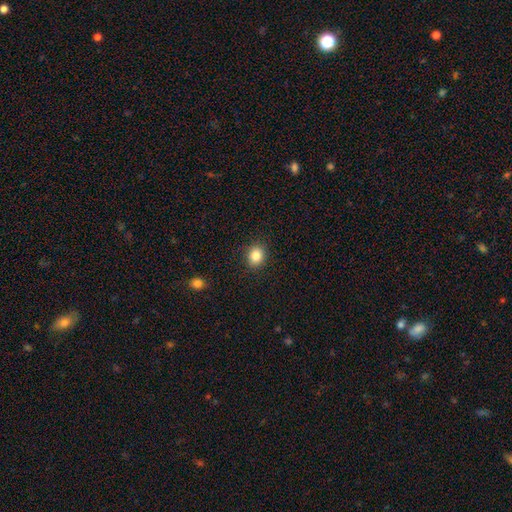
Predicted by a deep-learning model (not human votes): Smooth or featured?
  - smooth: 83% *
  - star or artifact: 11%
  - featured or disk: 6%
How rounded?
  - round: 67% *
  - in between: 32%
  - cigar-shaped: 1%
Merging?
  - none: 90% *
  - minor disturbance: 7%
  - major disturbance: 2%
  - merger: 1%